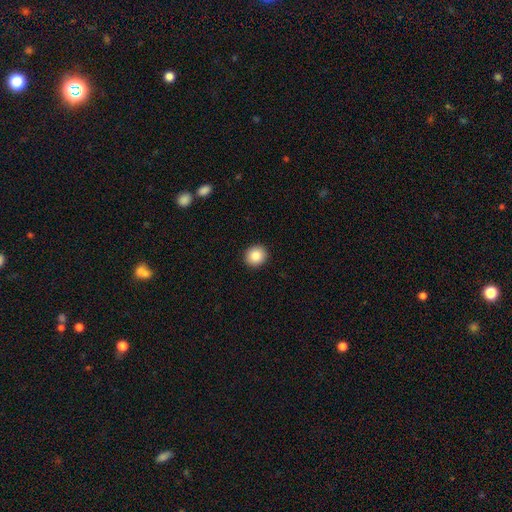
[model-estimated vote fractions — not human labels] Q: Smooth or featured?
A: smooth (87%); runner-up: star or artifact (8%)
Q: How rounded?
A: round (87%); runner-up: in between (12%)
Q: Merging?
A: none (93%); runner-up: minor disturbance (5%)